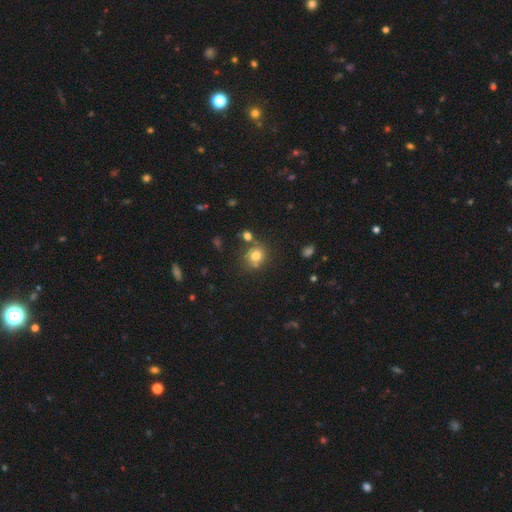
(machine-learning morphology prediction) Q: Smooth or featured?
A: smooth (77%); runner-up: star or artifact (14%)
Q: How rounded?
A: round (81%); runner-up: in between (18%)
Q: Merging?
A: none (68%); runner-up: merger (15%)